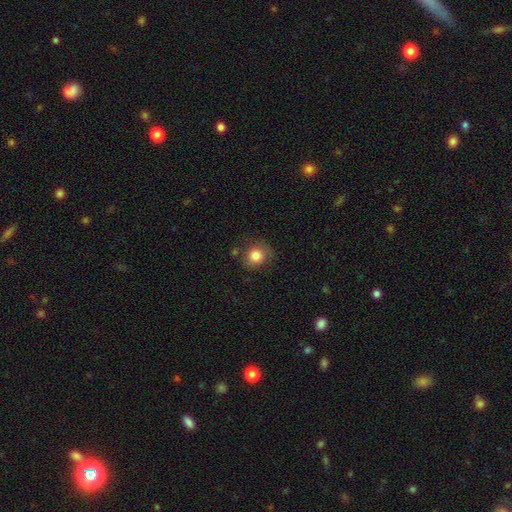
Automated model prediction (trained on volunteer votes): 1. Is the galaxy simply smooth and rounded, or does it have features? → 83% smooth, 10% star or artifact, 8% featured or disk.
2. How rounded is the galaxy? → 83% round, 16% in between, 1% cigar-shaped.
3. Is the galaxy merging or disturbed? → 74% none, 17% minor disturbance, 5% major disturbance, 3% merger.